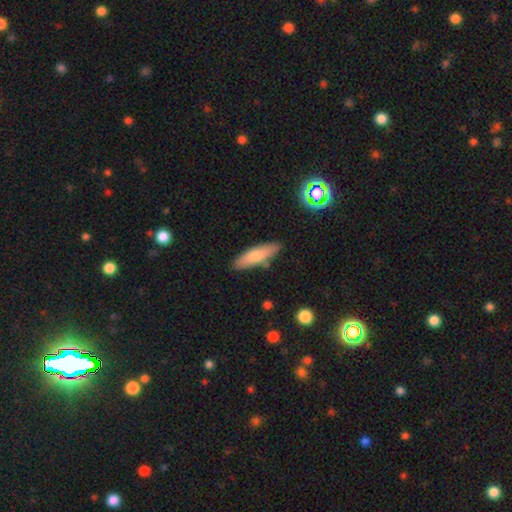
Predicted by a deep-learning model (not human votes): smooth-or-featured: smooth: 68% | featured or disk: 24% | star or artifact: 7%
  how-rounded: cigar-shaped: 59% | in between: 39% | round: 2%
  merging: none: 83% | minor disturbance: 11% | merger: 3% | major disturbance: 2%